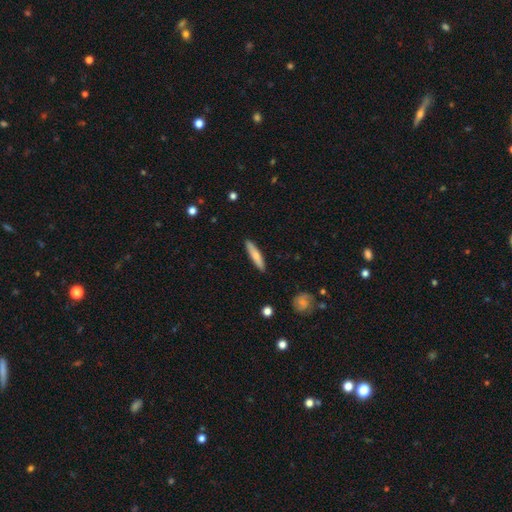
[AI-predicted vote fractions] The model was most divided on "smooth or featured": smooth: 73%, featured or disk: 22%, star or artifact: 5%. More confident: merging — none (90%); how rounded — cigar-shaped (88%).